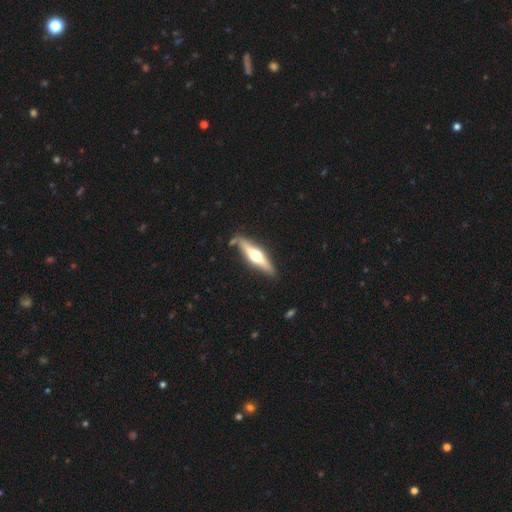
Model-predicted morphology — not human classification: A featured or disk galaxy (66%) viewed edge-on (95%) with a rounded central bulge (95%).

Vote fractions:
- Smooth or featured? featured or disk: 66% / smooth: 29% / star or artifact: 5%
- Edge-on disk? yes: 95% / no: 5%
- Edge-on bulge? rounded: 95% / boxy: 3% / none: 2%
- Merging? none: 85% / minor disturbance: 10% / merger: 3% / major disturbance: 2%